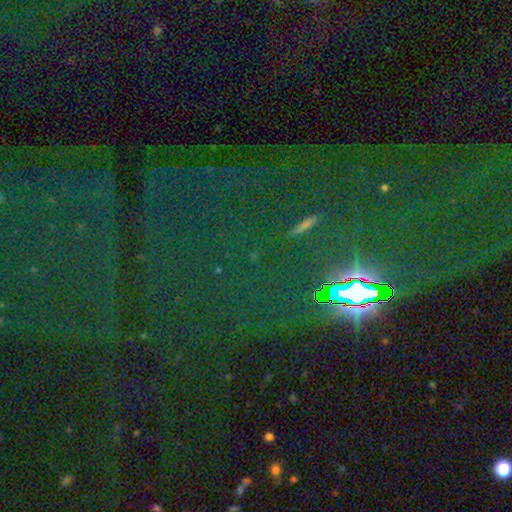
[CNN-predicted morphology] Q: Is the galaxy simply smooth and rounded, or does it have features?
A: star or artifact — 83%.